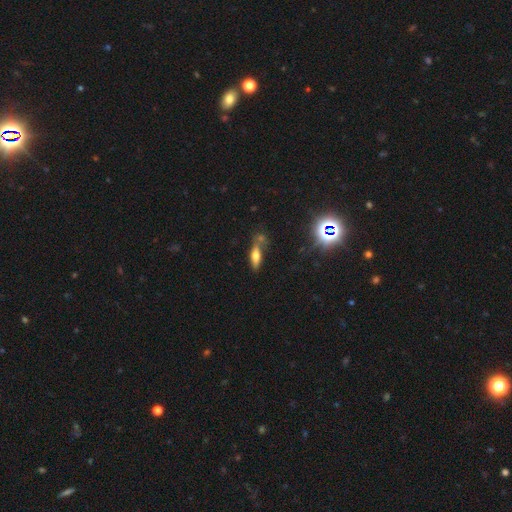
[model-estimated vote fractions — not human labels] Smooth or featured? Predicted: smooth (p=0.63). How rounded? Predicted: in between (p=0.56). Merging? Predicted: none (p=0.54).